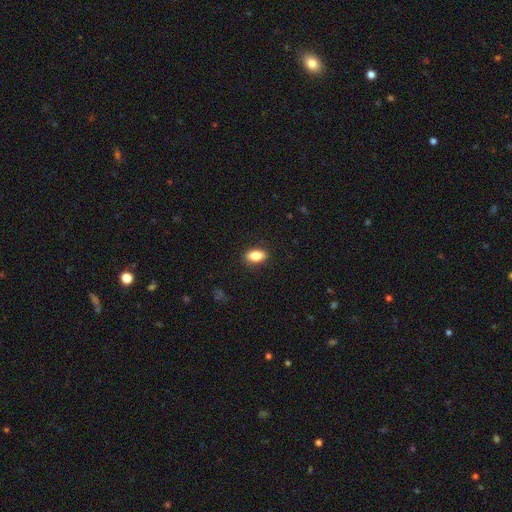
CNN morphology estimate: smooth_or_featured: smooth (p=0.84) [alt: featured or disk p=0.08]
how_rounded: in between (p=0.90) [alt: round p=0.07]
merging: none (p=0.89) [alt: minor disturbance p=0.08]